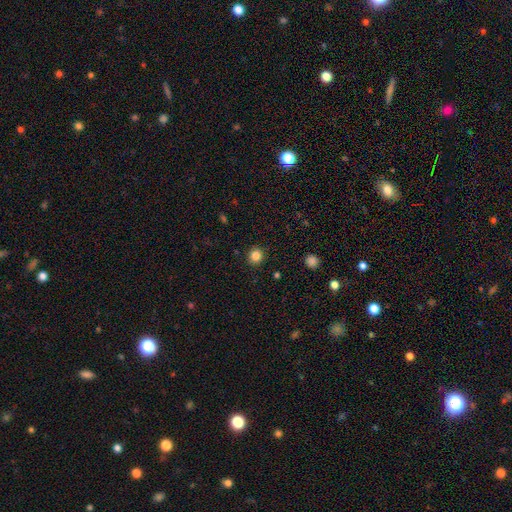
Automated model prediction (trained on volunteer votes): This is clearly a smooth galaxy (84%). How rounded: clearly round (91%). Merging: clearly none (92%).